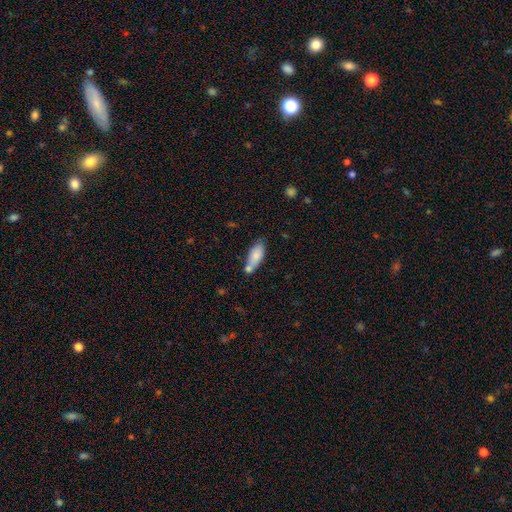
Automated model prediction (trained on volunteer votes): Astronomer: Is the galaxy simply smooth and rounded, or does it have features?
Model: smooth — 81%.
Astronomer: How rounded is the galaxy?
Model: in between — 75%.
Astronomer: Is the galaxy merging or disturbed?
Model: none — 52%.